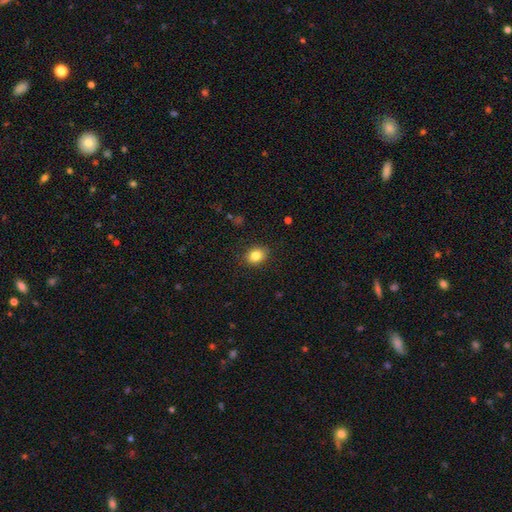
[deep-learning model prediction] Smooth or featured?
  - smooth: 84% *
  - star or artifact: 10%
  - featured or disk: 6%
How rounded?
  - round: 51% *
  - in between: 48%
  - cigar-shaped: 1%
Merging?
  - none: 87% *
  - minor disturbance: 10%
  - major disturbance: 3%
  - merger: 1%